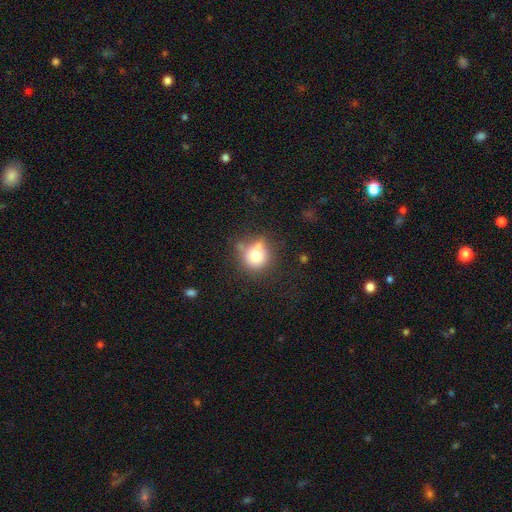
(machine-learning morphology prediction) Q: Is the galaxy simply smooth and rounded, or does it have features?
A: smooth — 73%.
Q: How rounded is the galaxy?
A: round — 87%.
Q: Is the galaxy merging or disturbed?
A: none — 56%.